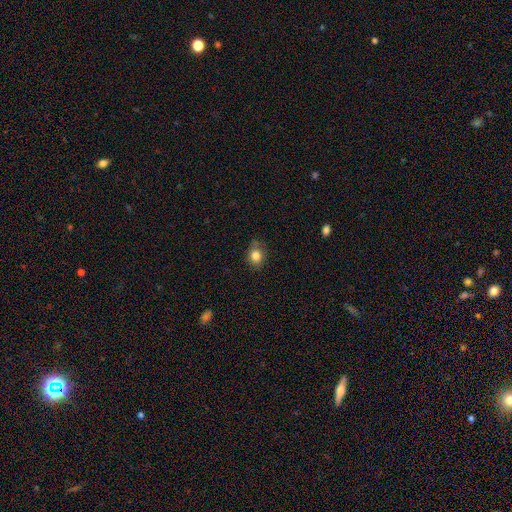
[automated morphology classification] A smooth galaxy with no disk features (82%) that is round (59%).

Vote fractions:
- Smooth or featured? smooth: 82% / star or artifact: 10% / featured or disk: 8%
- How rounded? round: 59% / in between: 40% / cigar-shaped: 1%
- Merging? none: 70% / minor disturbance: 23% / major disturbance: 5% / merger: 2%